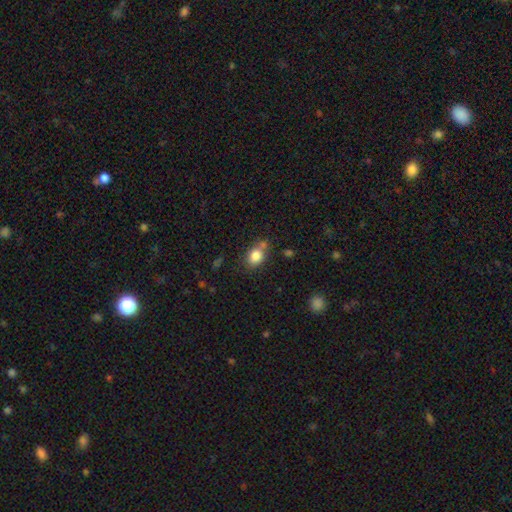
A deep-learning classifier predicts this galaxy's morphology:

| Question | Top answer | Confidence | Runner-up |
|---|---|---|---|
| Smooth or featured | smooth | 83% | star or artifact (9%) |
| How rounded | in between | 62% | round (37%) |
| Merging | none | 62% | minor disturbance (17%) |